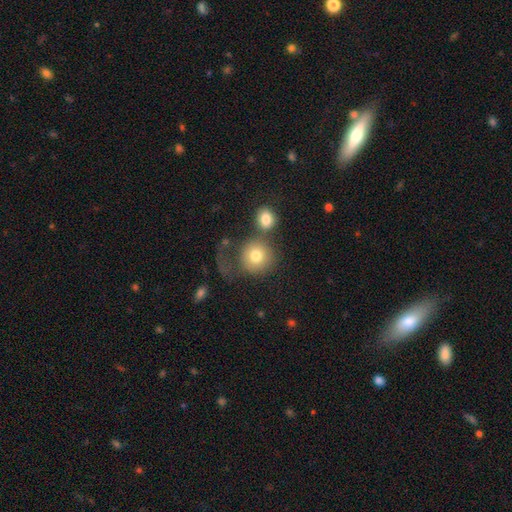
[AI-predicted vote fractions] This is likely a smooth galaxy (77%). How rounded: clearly round (90%). Merging: possibly none (46%).